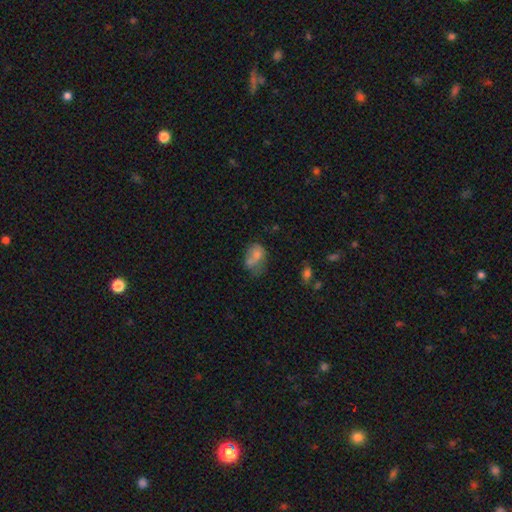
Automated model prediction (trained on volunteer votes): smooth-or-featured: smooth: 67% | featured or disk: 22% | star or artifact: 11%
  how-rounded: in between: 68% | round: 31% | cigar-shaped: 1%
  merging: merger: 35% | none: 26% | minor disturbance: 21% | major disturbance: 18%